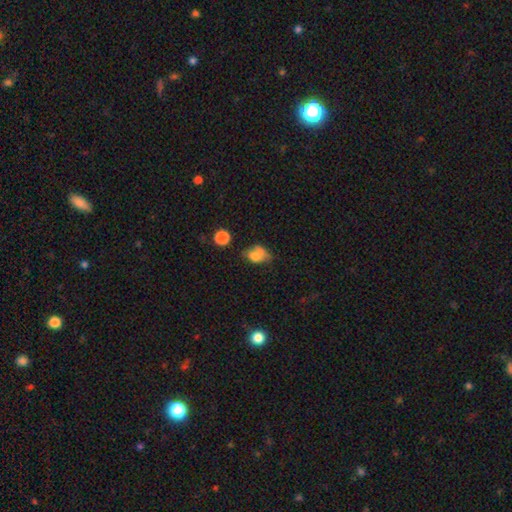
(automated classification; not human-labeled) Smooth or featured? Predicted: smooth (p=0.67). How rounded? Predicted: in between (p=0.74). Merging? Predicted: none (p=0.33).